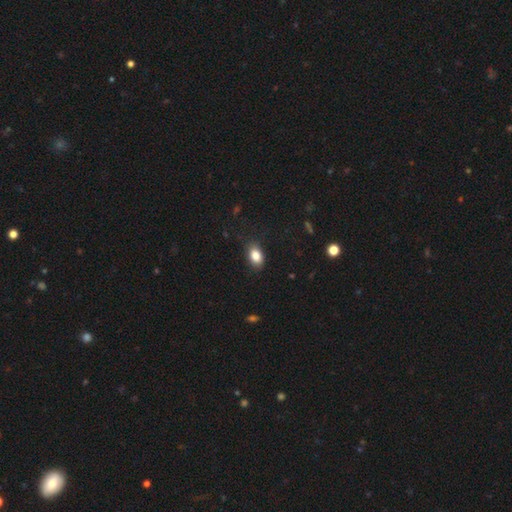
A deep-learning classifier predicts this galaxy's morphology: Smooth or featured: smooth — 84% (star or artifact — 8%)
How rounded: in between — 86% (round — 12%)
Merging: none — 82% (minor disturbance — 14%)